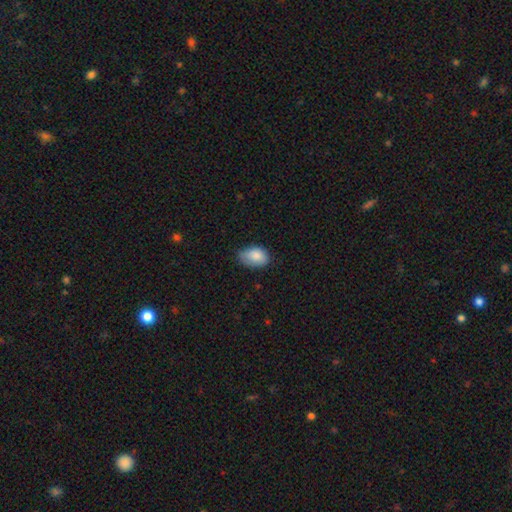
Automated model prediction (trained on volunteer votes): A smooth galaxy with no disk features (86%) that is in between round and cigar-shaped (88%).

Vote fractions:
- Smooth or featured? smooth: 86% / featured or disk: 7% / star or artifact: 7%
- How rounded? in between: 88% / round: 11% / cigar-shaped: 1%
- Merging? none: 58% / minor disturbance: 35% / major disturbance: 6% / merger: 1%